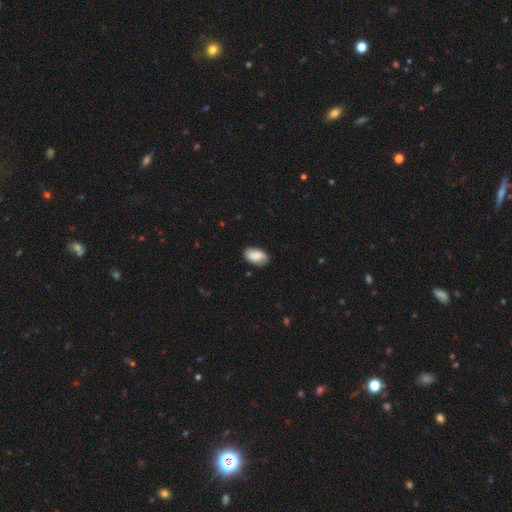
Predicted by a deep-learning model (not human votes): smooth_or_featured: smooth (p=0.79) [alt: featured or disk p=0.14]
how_rounded: in between (p=0.93) [alt: round p=0.05]
merging: none (p=0.79) [alt: minor disturbance p=0.16]